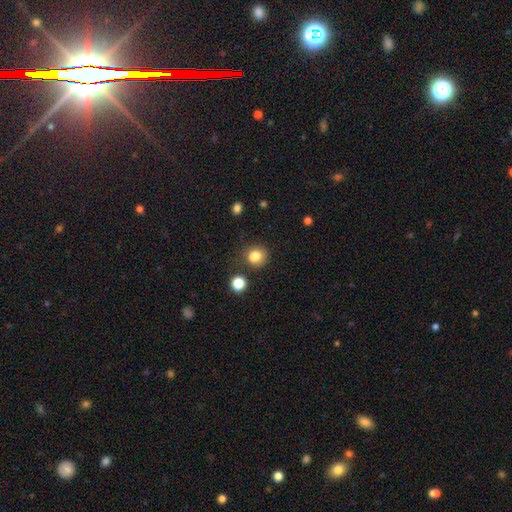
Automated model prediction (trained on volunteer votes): smooth-or-featured: smooth: 81% | star or artifact: 13% | featured or disk: 6%
  how-rounded: round: 76% | in between: 23% | cigar-shaped: 1%
  merging: none: 70% | minor disturbance: 15% | merger: 9% | major disturbance: 5%